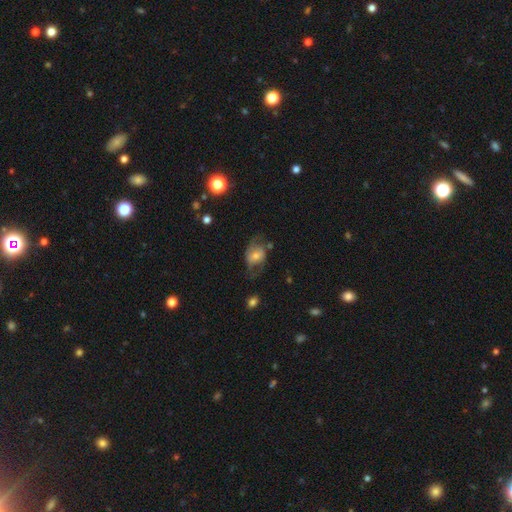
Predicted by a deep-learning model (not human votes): Smooth or featured?
  - featured or disk: 51% *
  - smooth: 41%
  - star or artifact: 8%
Edge-on disk?
  - no: 94% *
  - yes: 6%
Merging?
  - none: 49% *
  - major disturbance: 24%
  - minor disturbance: 23%
  - merger: 3%